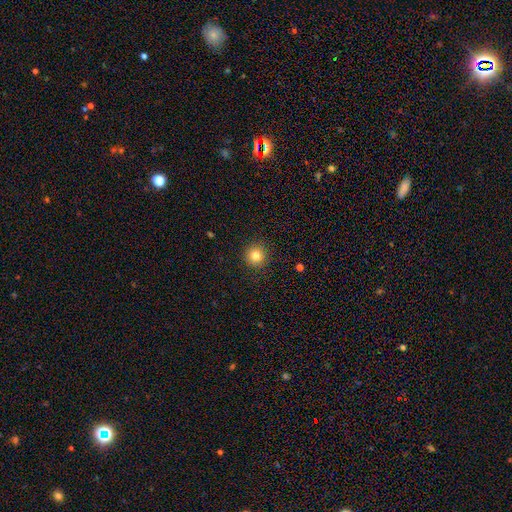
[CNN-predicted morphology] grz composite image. It shows a smooth galaxy with no disk features (82%) that is round (95%). Merging: none (92%).